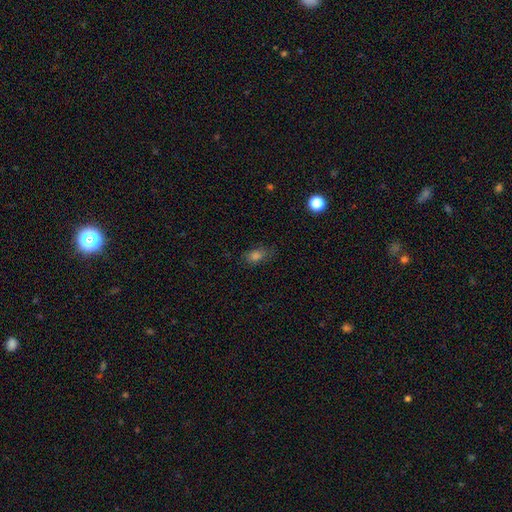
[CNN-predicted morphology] Smooth or featured? Predicted: smooth (p=0.72). How rounded? Predicted: in between (p=0.74). Merging? Predicted: none (p=0.70).